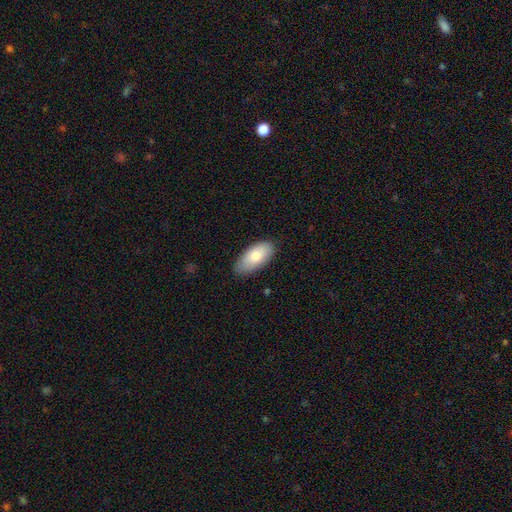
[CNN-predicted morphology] The model was most divided on "smooth or featured": smooth: 79%, featured or disk: 15%, star or artifact: 6%. More confident: how rounded — in between (93%); merging — none (81%).